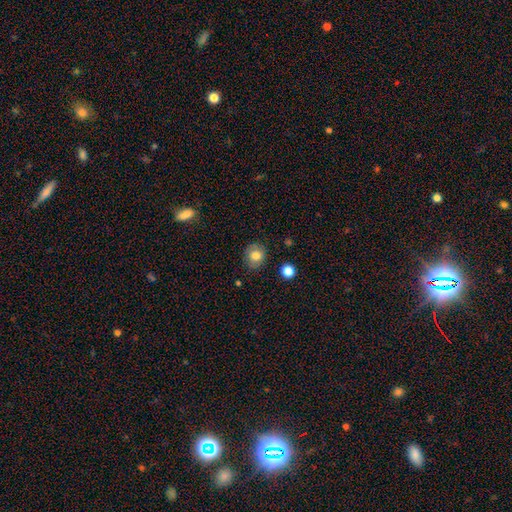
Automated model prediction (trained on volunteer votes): Smooth or featured?
  - smooth: 78% *
  - featured or disk: 12%
  - star or artifact: 9%
How rounded?
  - round: 75% *
  - in between: 24%
  - cigar-shaped: 1%
Merging?
  - none: 83% *
  - minor disturbance: 13%
  - major disturbance: 3%
  - merger: 2%